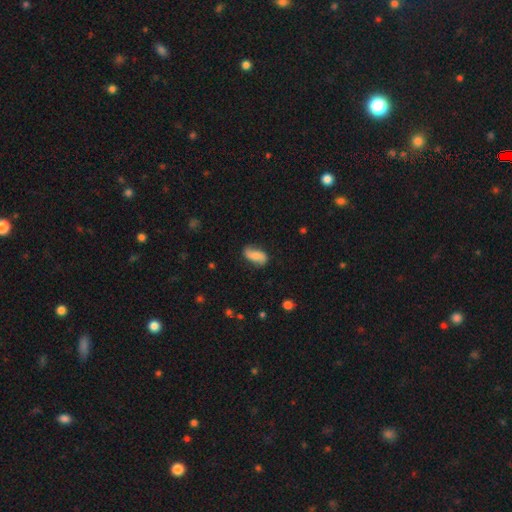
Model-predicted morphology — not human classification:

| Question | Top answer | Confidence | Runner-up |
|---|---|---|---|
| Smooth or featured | smooth | 53% | featured or disk (39%) |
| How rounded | in between | 89% | cigar-shaped (6%) |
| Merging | none | 74% | minor disturbance (20%) |